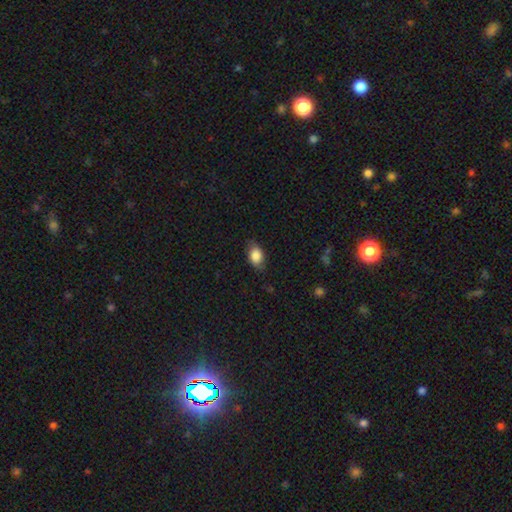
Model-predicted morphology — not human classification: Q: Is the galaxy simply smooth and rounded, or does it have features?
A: smooth — 83%.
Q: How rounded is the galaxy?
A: in between — 84%.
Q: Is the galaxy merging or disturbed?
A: none — 75%.